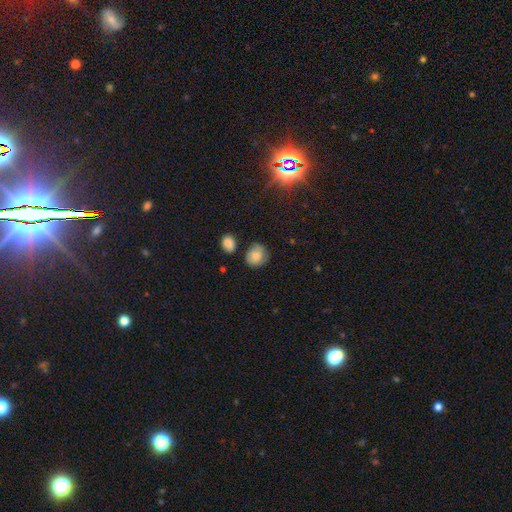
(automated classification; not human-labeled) smooth_or_featured: smooth (p=0.73) [alt: featured or disk p=0.17]
how_rounded: round (p=0.70) [alt: in between p=0.29]
merging: none (p=0.61) [alt: minor disturbance p=0.26]